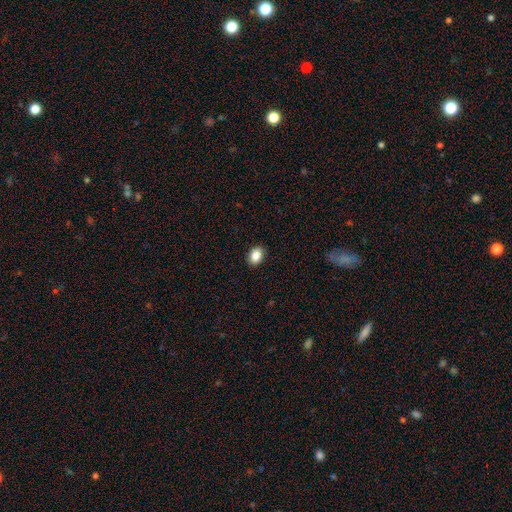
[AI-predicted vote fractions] A smooth galaxy with no disk features (87%) that is in between round and cigar-shaped (71%). Merging: none (89%).